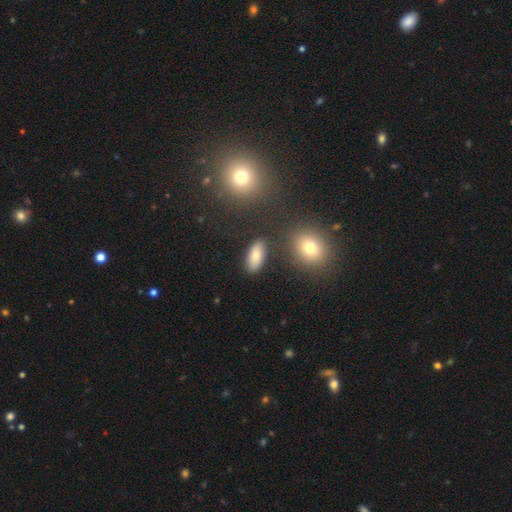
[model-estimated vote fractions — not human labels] smooth-or-featured: smooth: 80% | featured or disk: 11% | star or artifact: 9%
  how-rounded: in between: 87% | cigar-shaped: 9% | round: 4%
  merging: none: 82% | minor disturbance: 11% | merger: 4% | major disturbance: 3%